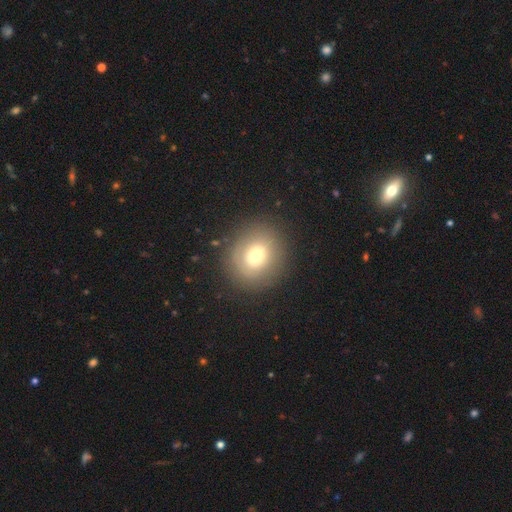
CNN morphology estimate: The model was most divided on "smooth or featured": smooth: 67%, featured or disk: 22%, star or artifact: 11%. More confident: merging — none (85%); how rounded — round (78%).